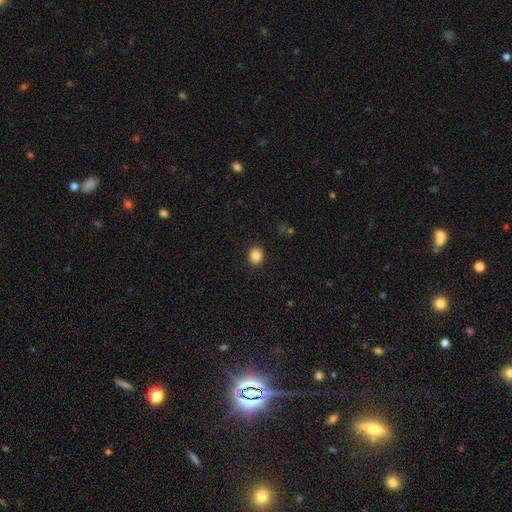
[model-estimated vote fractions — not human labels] smooth_or_featured: smooth (p=0.86) [alt: star or artifact p=0.10]
how_rounded: round (p=0.77) [alt: in between p=0.22]
merging: none (p=0.91) [alt: minor disturbance p=0.06]